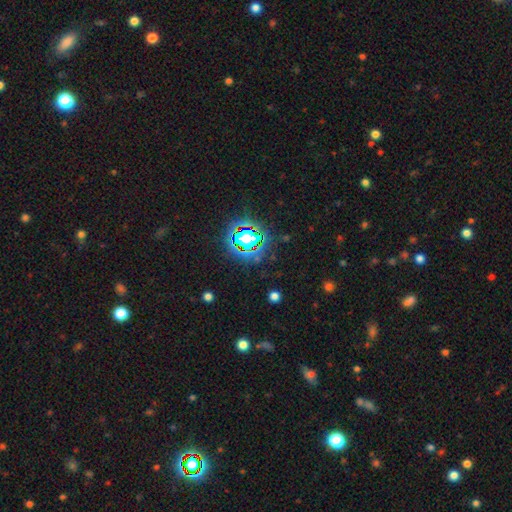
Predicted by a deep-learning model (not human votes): Smooth or featured? Predicted: star or artifact (p=0.76).